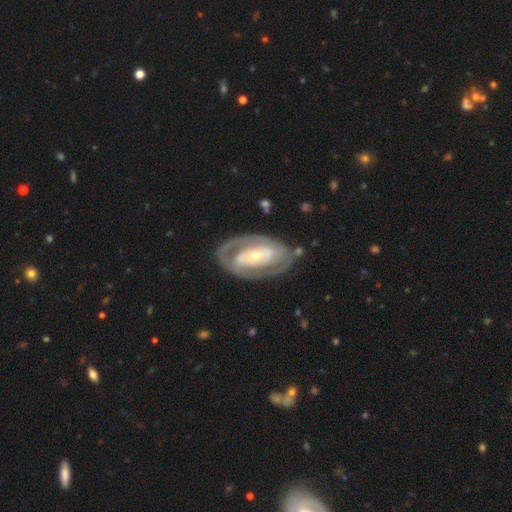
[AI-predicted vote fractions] Q: Smooth or featured?
A: featured or disk (80%); runner-up: smooth (15%)
Q: Edge-on disk?
A: no (94%); runner-up: yes (6%)
Q: Bar?
A: no (48%); runner-up: weak (27%)
Q: Spiral arms?
A: yes (72%); runner-up: no (28%)
Q: Spiral winding?
A: tight (58%); runner-up: medium (30%)
Q: Spiral arm count?
A: 2 (63%); runner-up: can't tell (22%)
Q: Bulge size?
A: small (49%); runner-up: moderate (45%)
Q: Merging?
A: none (73%); runner-up: minor disturbance (16%)